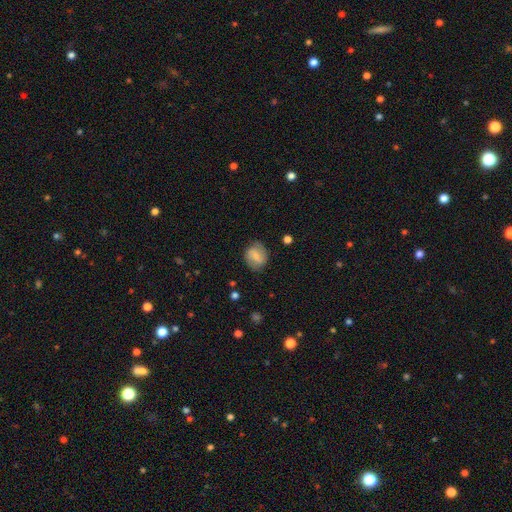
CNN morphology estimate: type=smooth (58%); roundness=round (57%); merging=none (76%).